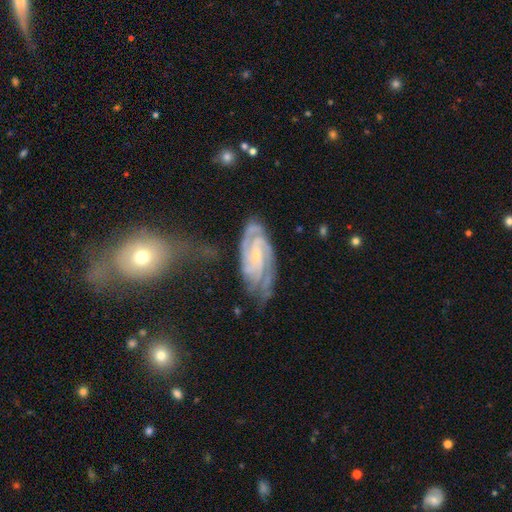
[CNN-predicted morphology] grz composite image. It shows a featured or disk galaxy (89%) with no bar (49%), 3 (31%, tied with 2) tight (63%) spiral arms (98%) and a small central bulge (78%). Merging: none (58%).